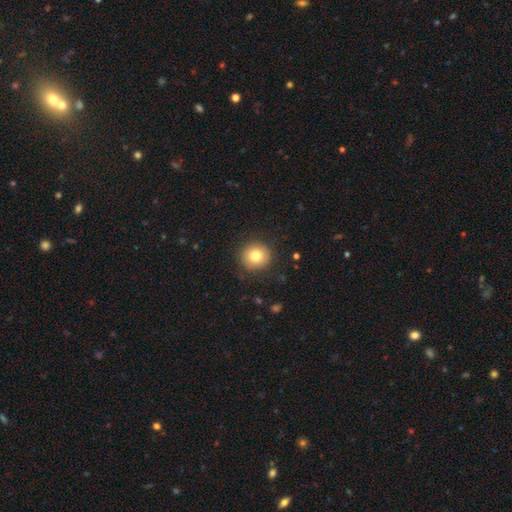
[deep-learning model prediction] Smooth or featured: smooth — 79% (featured or disk — 11%)
How rounded: round — 93% (in between — 6%)
Merging: none — 89% (minor disturbance — 7%)